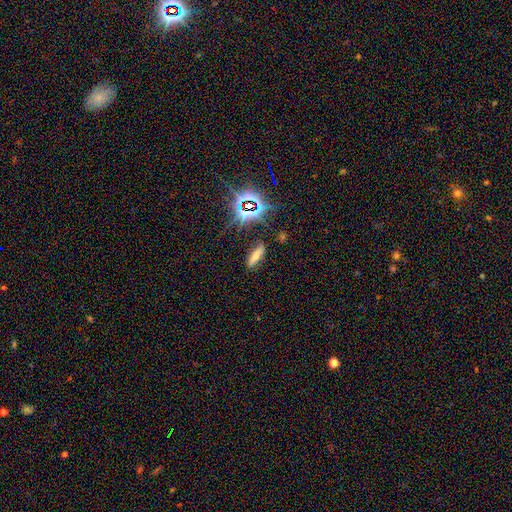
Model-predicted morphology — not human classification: A smooth galaxy with no disk features (57%) that is cigar-shaped (61%).

Vote fractions:
- Smooth or featured? smooth: 57% / star or artifact: 27% / featured or disk: 16%
- How rounded? cigar-shaped: 61% / in between: 35% / round: 4%
- Merging? none: 85% / minor disturbance: 10% / major disturbance: 3% / merger: 2%